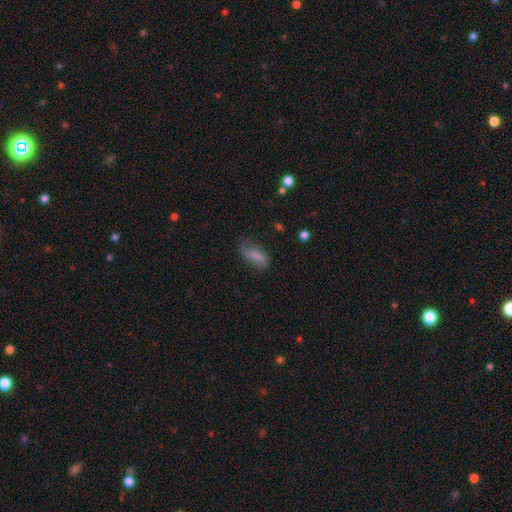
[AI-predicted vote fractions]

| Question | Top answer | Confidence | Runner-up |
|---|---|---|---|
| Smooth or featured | smooth | 74% | featured or disk (18%) |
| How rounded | in between | 81% | cigar-shaped (15%) |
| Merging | none | 56% | minor disturbance (30%) |